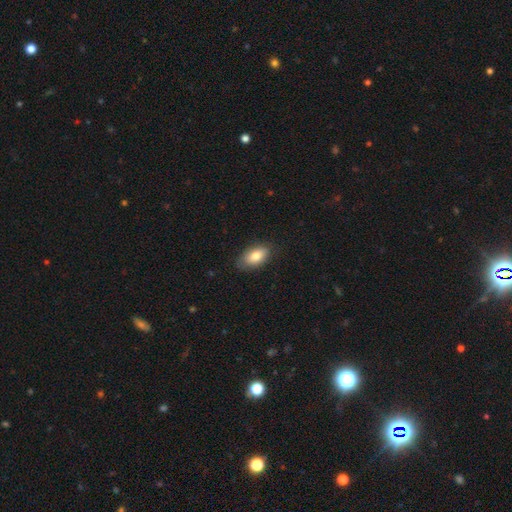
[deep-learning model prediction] The model was most divided on "merging": none: 81%, minor disturbance: 16%, major disturbance: 3%, merger: 1%. More confident: how rounded — in between (92%); smooth or featured — smooth (80%).